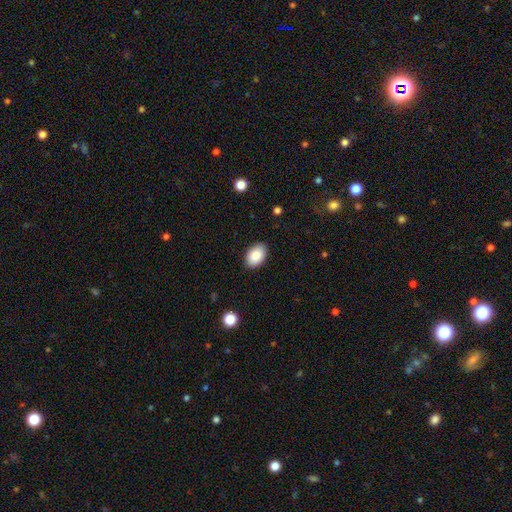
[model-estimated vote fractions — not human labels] The model was most divided on "merging": none: 88%, minor disturbance: 9%, major disturbance: 2%, merger: 1%. More confident: how rounded — in between (90%); smooth or featured — smooth (87%).